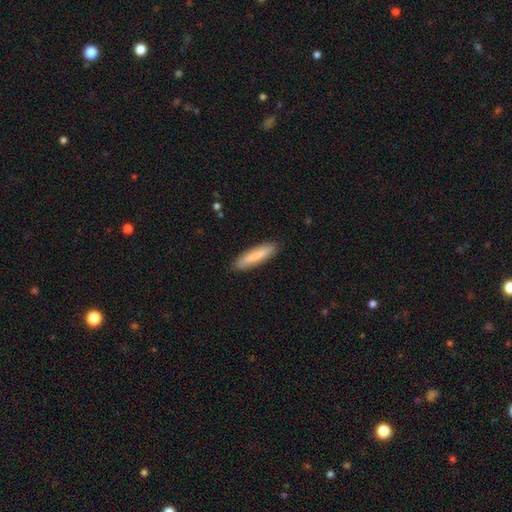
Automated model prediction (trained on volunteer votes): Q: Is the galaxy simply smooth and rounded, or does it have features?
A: smooth — 80%.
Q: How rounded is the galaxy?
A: cigar-shaped — 77%.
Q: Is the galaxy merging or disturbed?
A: none — 88%.